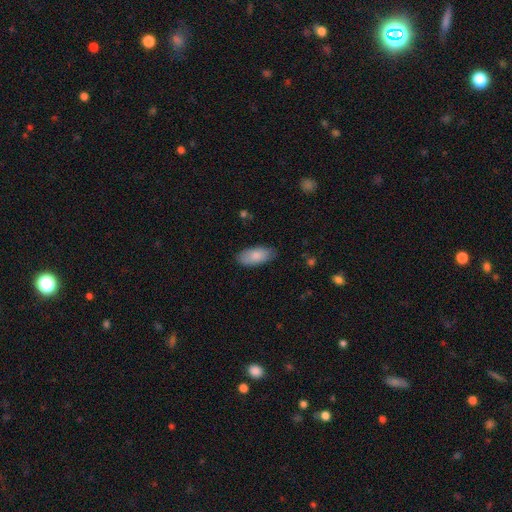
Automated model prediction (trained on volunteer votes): Smooth or featured? smooth (85%)
How rounded? in between (91%)
Merging? none (82%)